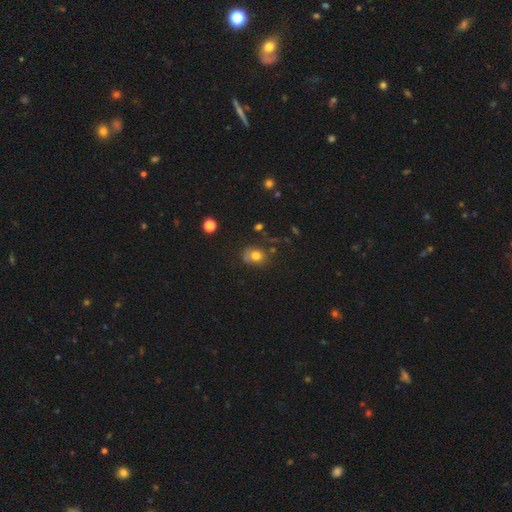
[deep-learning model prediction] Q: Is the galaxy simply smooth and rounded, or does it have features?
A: smooth — 71%.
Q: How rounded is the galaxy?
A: round — 58%.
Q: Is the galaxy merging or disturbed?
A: none — 55%.